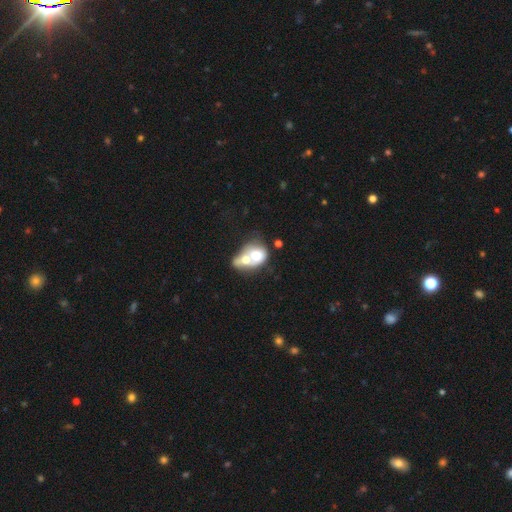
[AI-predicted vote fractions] A smooth galaxy with no disk features (58%) that is in between round and cigar-shaped (55%). Merging: merger (76%).